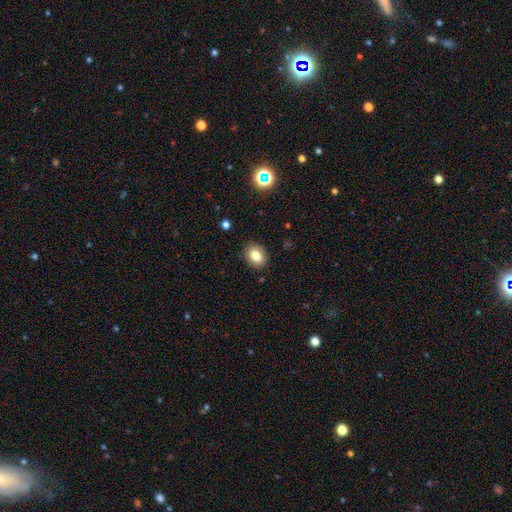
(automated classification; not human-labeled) smooth-or-featured: smooth: 81% | star or artifact: 11% | featured or disk: 8%
  how-rounded: in between: 54% | round: 45% | cigar-shaped: 1%
  merging: none: 89% | minor disturbance: 8% | major disturbance: 2% | merger: 1%